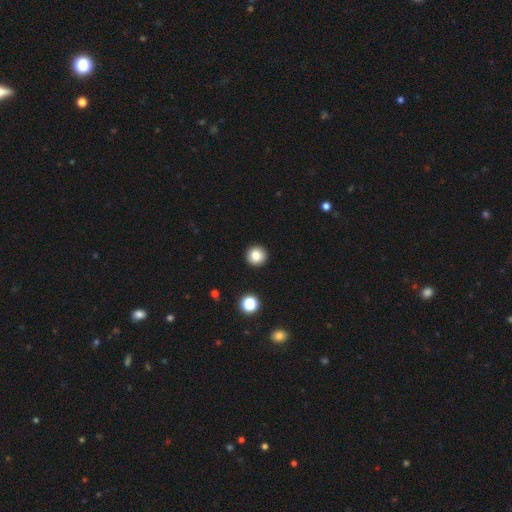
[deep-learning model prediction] Smooth or featured? Predicted: smooth (p=0.83). How rounded? Predicted: round (p=0.95). Merging? Predicted: none (p=0.93).